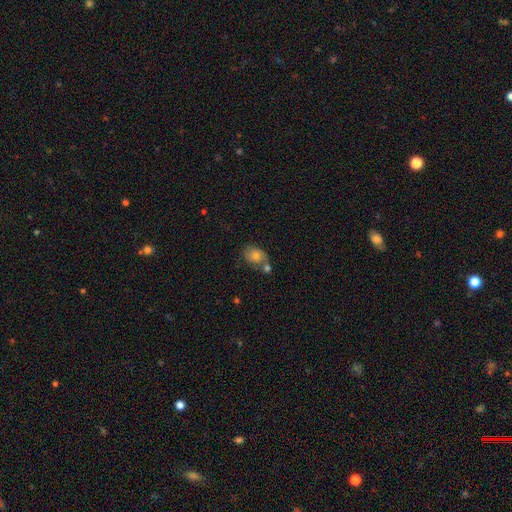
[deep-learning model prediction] Smooth or featured? Predicted: smooth (p=0.65). How rounded? Predicted: in between (p=0.62). Merging? Predicted: none (p=0.46).